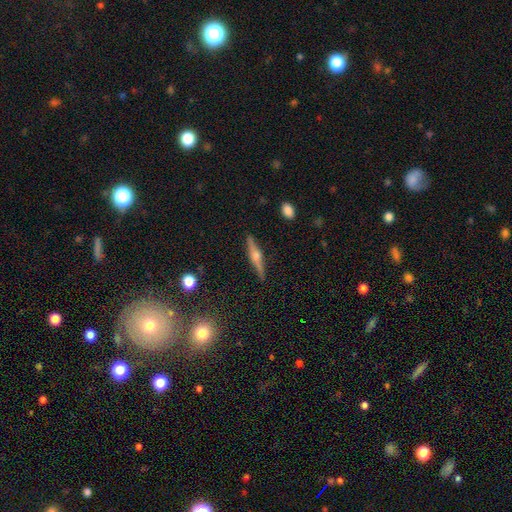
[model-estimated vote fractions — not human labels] featured or disk 70%, smooth 22%, star or artifact 7%. Down the decision tree: edge-on disk — yes (97%); edge-on bulge — rounded (84%); merging — none (89%).